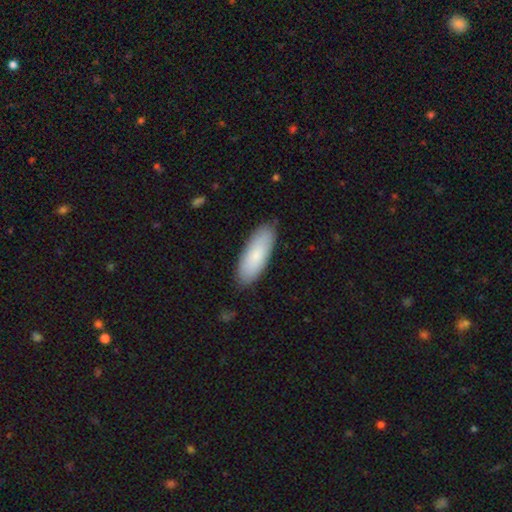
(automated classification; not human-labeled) Smooth or featured? Predicted: smooth (p=0.82). How rounded? Predicted: in between (p=0.71). Merging? Predicted: none (p=0.85).